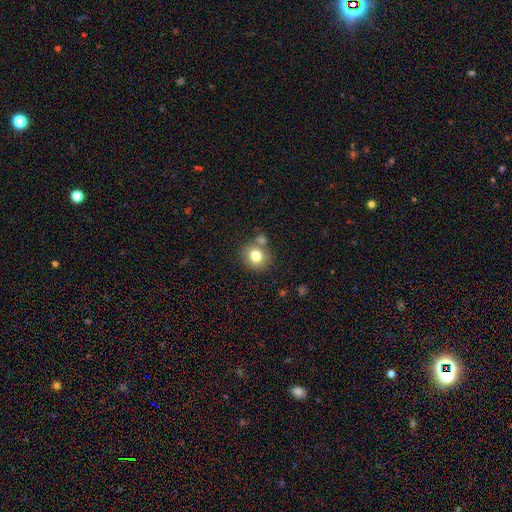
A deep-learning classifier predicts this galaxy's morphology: Overall: smooth (78%). How rounded: round (80%). Merging: none (67%).